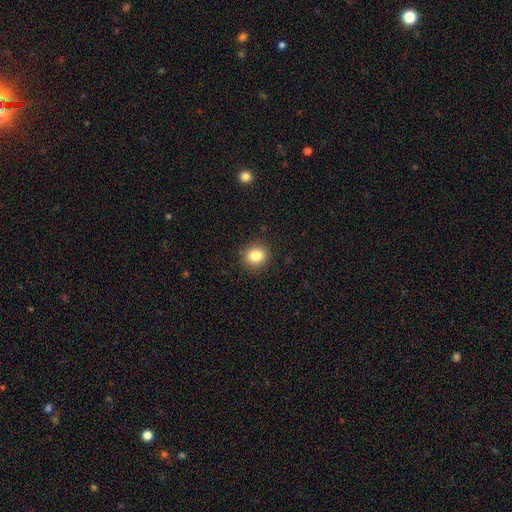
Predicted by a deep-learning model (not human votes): Smooth or featured?
  - smooth: 84% *
  - star or artifact: 10%
  - featured or disk: 6%
How rounded?
  - round: 84% *
  - in between: 15%
  - cigar-shaped: 1%
Merging?
  - none: 90% *
  - minor disturbance: 7%
  - major disturbance: 2%
  - merger: 1%